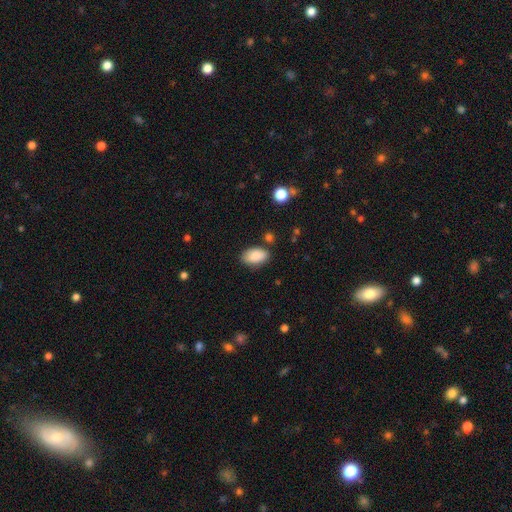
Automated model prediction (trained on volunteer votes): A smooth galaxy with no disk features (89%) that is in between round and cigar-shaped (94%). Merging: none (80%).